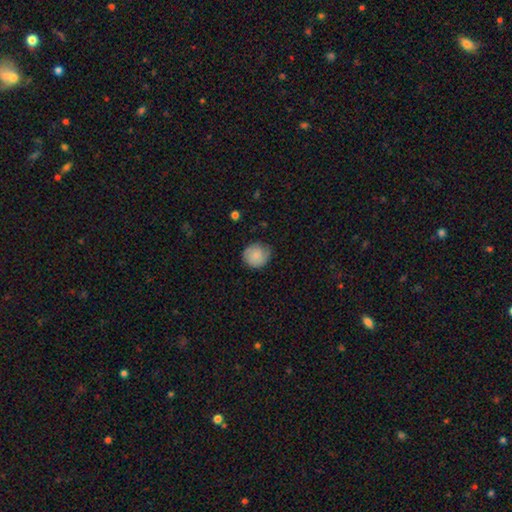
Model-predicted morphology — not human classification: smooth_or_featured: smooth (p=0.75) [alt: featured or disk p=0.17]
how_rounded: round (p=0.87) [alt: in between p=0.12]
merging: none (p=0.70) [alt: minor disturbance p=0.23]